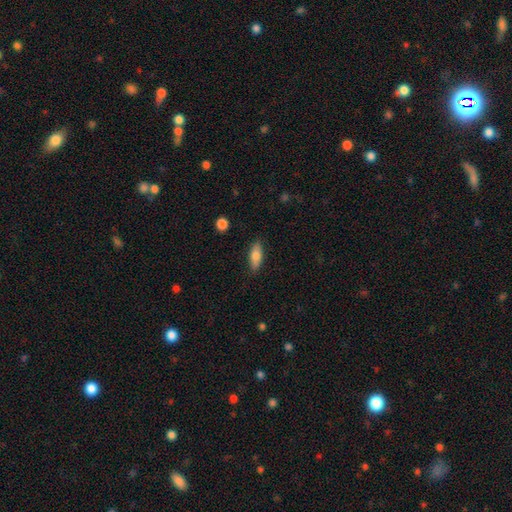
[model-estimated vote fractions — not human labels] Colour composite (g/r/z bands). It shows a smooth galaxy with no disk features (76%) that is in between round and cigar-shaped (71%). Merging: none (85%).